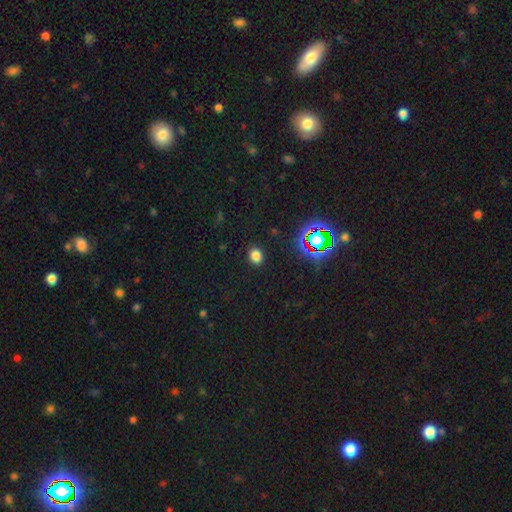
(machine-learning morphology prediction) Smooth or featured?
  - smooth: 78% *
  - star or artifact: 17%
  - featured or disk: 5%
How rounded?
  - round: 53% *
  - in between: 46%
  - cigar-shaped: 1%
Merging?
  - none: 89% *
  - minor disturbance: 8%
  - major disturbance: 3%
  - merger: 1%